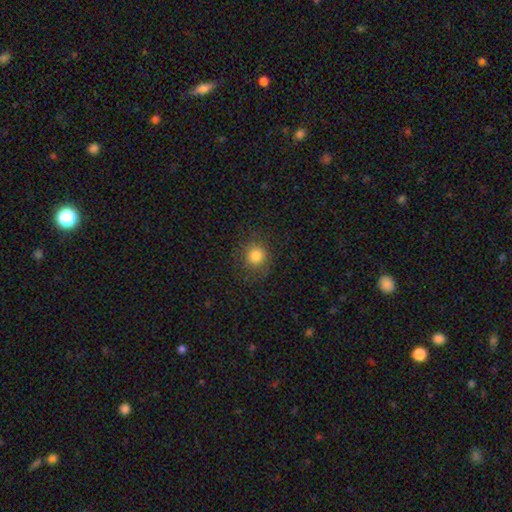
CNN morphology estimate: Smooth or featured: smooth — 81% (star or artifact — 12%)
How rounded: round — 88% (in between — 11%)
Merging: none — 82% (minor disturbance — 12%)